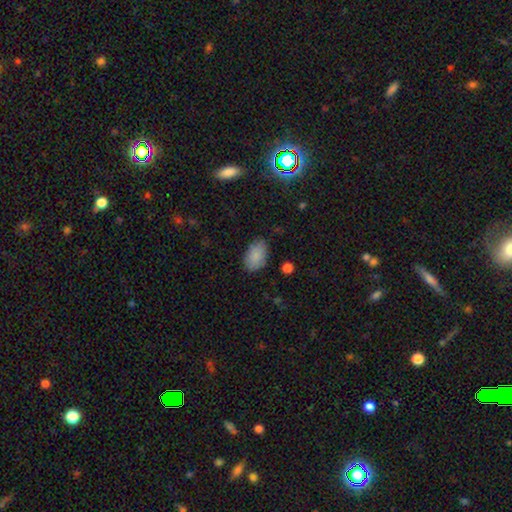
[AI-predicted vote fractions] Smooth or featured: smooth — 86% (star or artifact — 7%)
How rounded: in between — 91% (round — 8%)
Merging: none — 77% (minor disturbance — 18%)